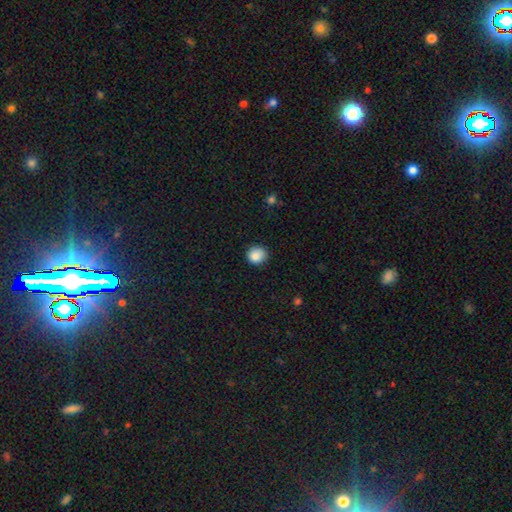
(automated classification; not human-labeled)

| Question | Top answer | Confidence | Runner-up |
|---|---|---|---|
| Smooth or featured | smooth | 88% | star or artifact (9%) |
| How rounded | round | 86% | in between (13%) |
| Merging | none | 85% | minor disturbance (12%) |